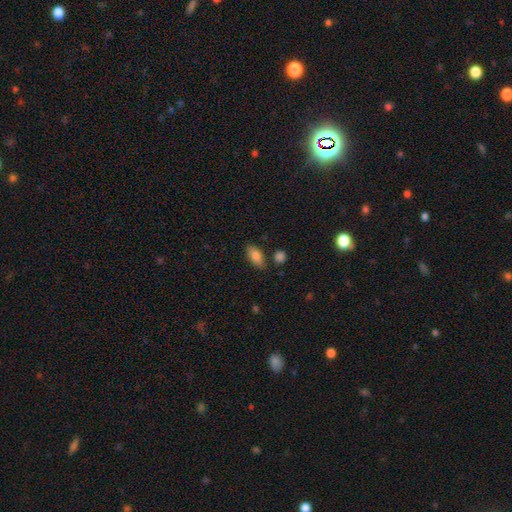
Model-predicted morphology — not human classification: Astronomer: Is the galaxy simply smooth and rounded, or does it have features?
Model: smooth — 85%.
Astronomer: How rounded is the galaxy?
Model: in between — 89%.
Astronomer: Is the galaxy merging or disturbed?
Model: none — 79%.